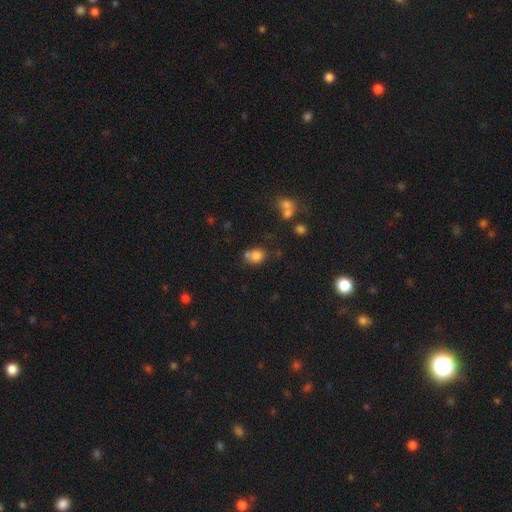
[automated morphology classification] Smooth or featured? smooth (79%)
How rounded? in between (50%)
Merging? none (47%)